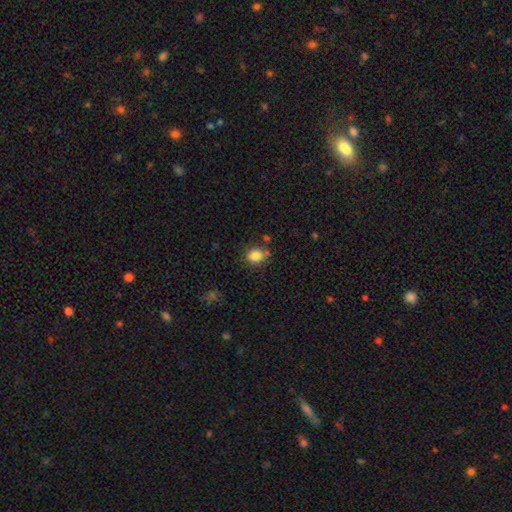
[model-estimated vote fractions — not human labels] smooth-or-featured: smooth: 84% | star or artifact: 10% | featured or disk: 6%
  how-rounded: round: 74% | in between: 25% | cigar-shaped: 1%
  merging: none: 76% | minor disturbance: 13% | merger: 7% | major disturbance: 3%